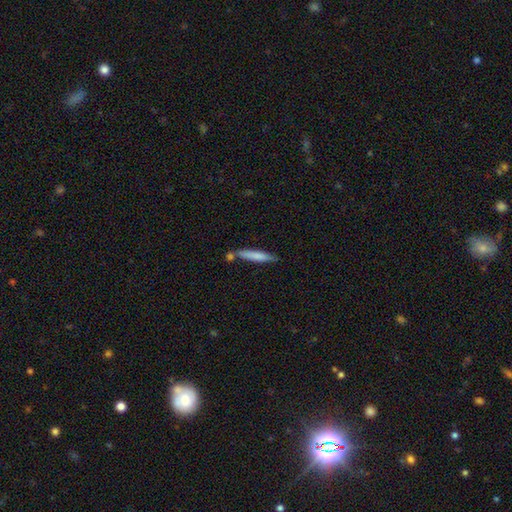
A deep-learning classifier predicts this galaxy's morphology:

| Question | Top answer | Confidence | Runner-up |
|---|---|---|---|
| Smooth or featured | smooth | 73% | featured or disk (21%) |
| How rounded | cigar-shaped | 91% | in between (7%) |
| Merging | none | 70% | minor disturbance (15%) |